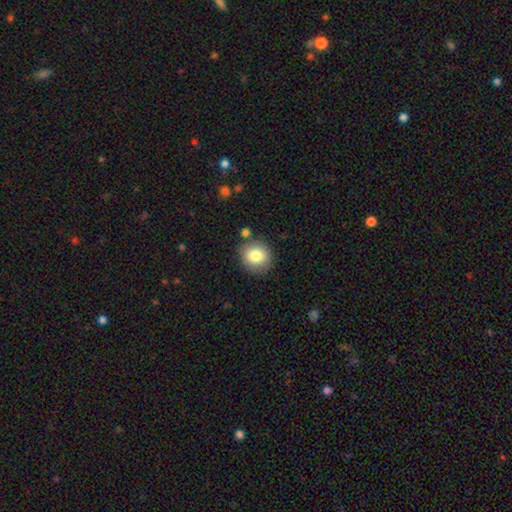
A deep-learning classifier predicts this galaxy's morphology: Q: Smooth or featured?
A: smooth (81%); runner-up: featured or disk (10%)
Q: How rounded?
A: round (85%); runner-up: in between (14%)
Q: Merging?
A: none (82%); runner-up: minor disturbance (10%)